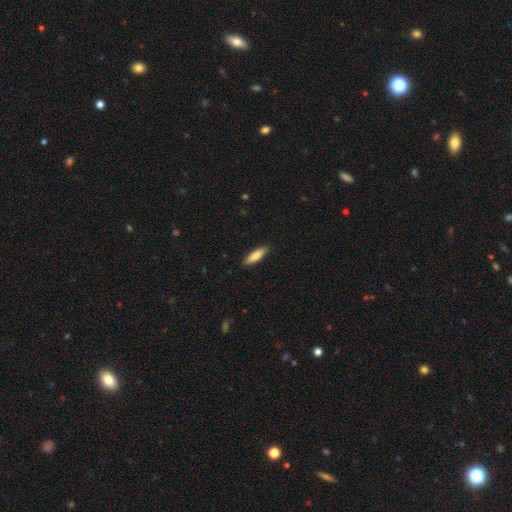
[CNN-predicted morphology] smooth 79%, featured or disk 15%, star or artifact 6%. Down the decision tree: how rounded — cigar-shaped (60%); merging — none (88%).